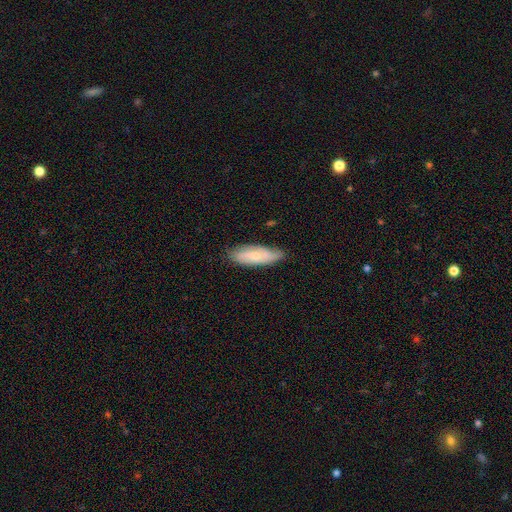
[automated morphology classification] Smooth or featured? Predicted: smooth (p=0.58). How rounded? Predicted: in between (p=0.61). Merging? Predicted: none (p=0.74).